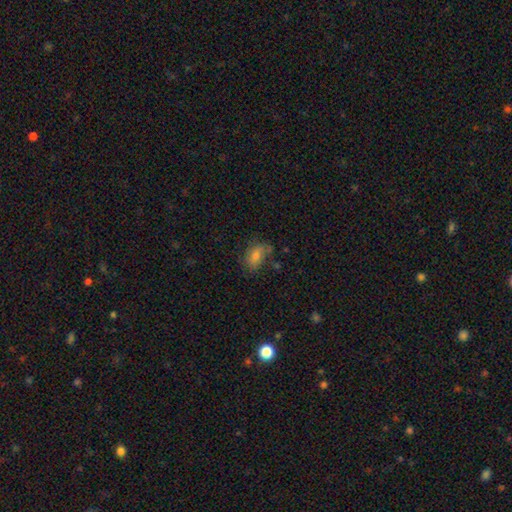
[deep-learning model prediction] Q: Smooth or featured?
A: smooth (67%); runner-up: featured or disk (18%)
Q: How rounded?
A: in between (80%); runner-up: round (17%)
Q: Merging?
A: none (63%); runner-up: minor disturbance (23%)